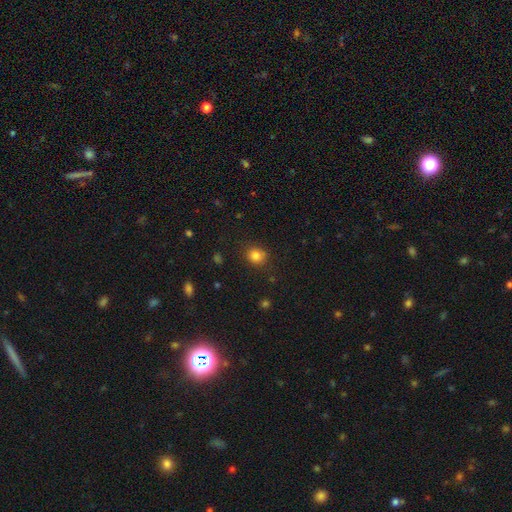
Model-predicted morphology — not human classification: Overall: smooth (83%). How rounded: round (73%). Merging: none (84%).